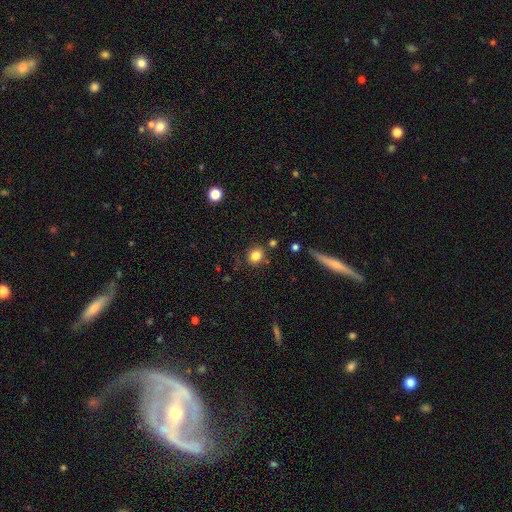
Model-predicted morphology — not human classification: This is clearly a smooth galaxy (82%). How rounded: clearly round (80%). Merging: clearly none (81%).